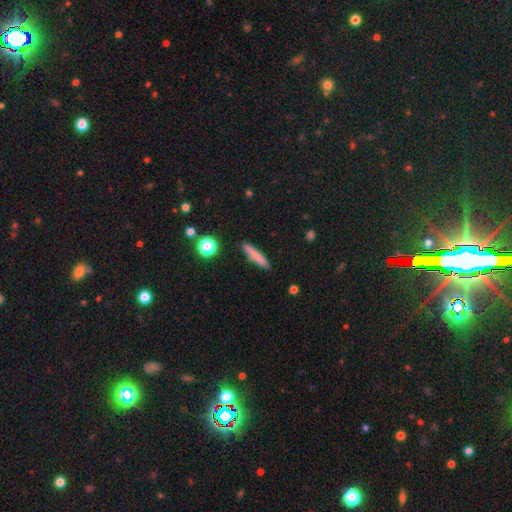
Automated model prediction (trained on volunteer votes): This appears to be a smooth galaxy with no disk features (79%) that is cigar-shaped (90%). Merging: none (88%).